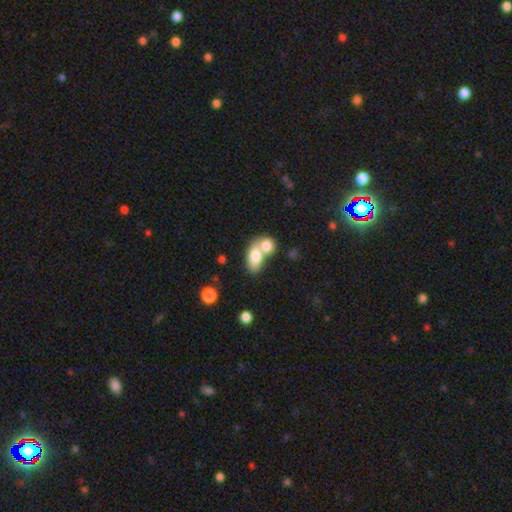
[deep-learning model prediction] Overall: smooth (76%). How rounded: in between (81%). Merging: merger (69%).